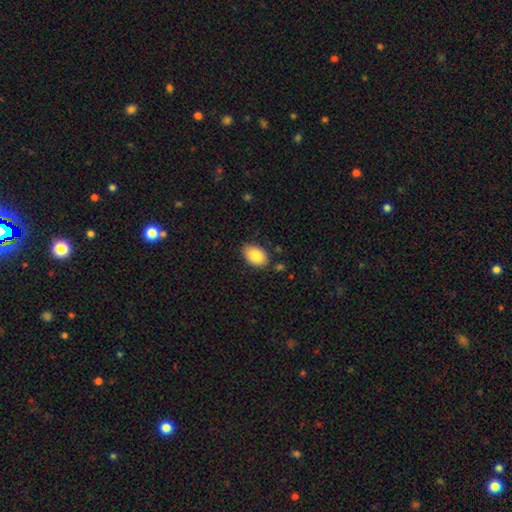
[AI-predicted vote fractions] Smooth or featured? Predicted: smooth (p=0.87). How rounded? Predicted: in between (p=0.86). Merging? Predicted: none (p=0.80).